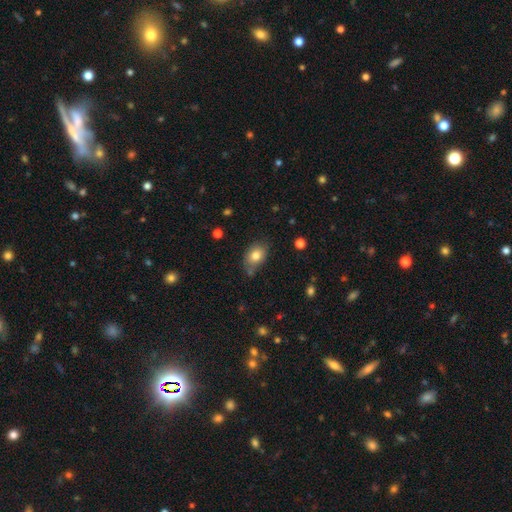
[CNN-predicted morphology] smooth_or_featured: smooth (p=0.79) [alt: featured or disk p=0.11]
how_rounded: in between (p=0.74) [alt: round p=0.25]
merging: none (p=0.65) [alt: minor disturbance p=0.24]